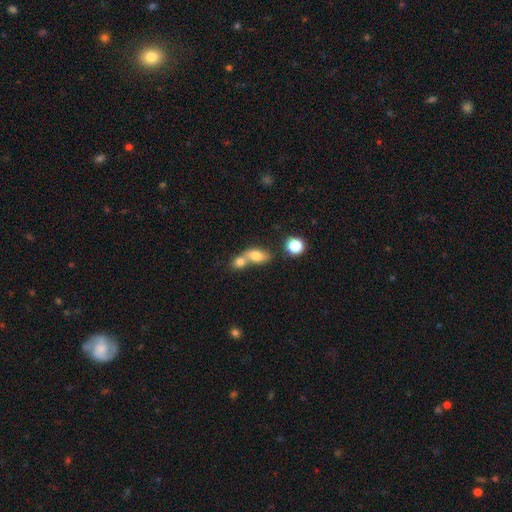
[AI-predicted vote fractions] A smooth galaxy with no disk features (75%) that is in between round and cigar-shaped (70%).

Vote fractions:
- Smooth or featured? smooth: 75% / featured or disk: 15% / star or artifact: 10%
- How rounded? in between: 70% / round: 26% / cigar-shaped: 4%
- Merging? merger: 66% / none: 23% / minor disturbance: 7% / major disturbance: 4%